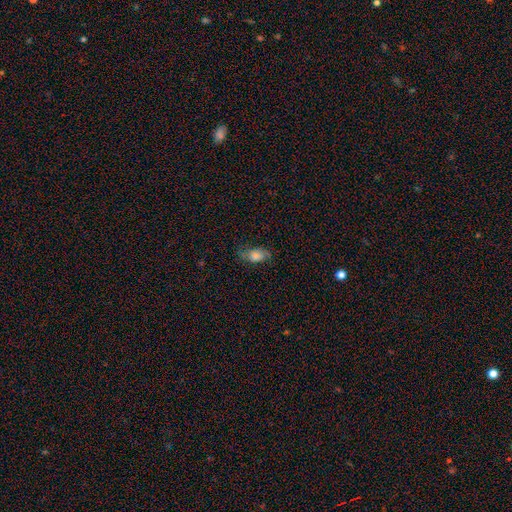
smooth-or-featured: featured or disk: 51% | smooth: 38% | star or artifact: 10%
  disk-edge-on: no: 100% | yes: 0%
    bar: no: 80% | weak: 15% | strong: 5%
    has-spiral-arms: yes: 70% | no: 30%
      spiral-winding: medium: 50% | loose: 36% | tight: 14%
      spiral-arm-count: 2: 79% | can't tell: 14% | 1: 7% | 3: 0% | 4: 0% | more than 4: 0%
    bulge-size: moderate: 30% (tied) | small: 30% (tied) | large: 25% | dominant: 10% | none: 5%
  merging: none: 60% | minor disturbance: 31% | major disturbance: 9% | merger: 0%